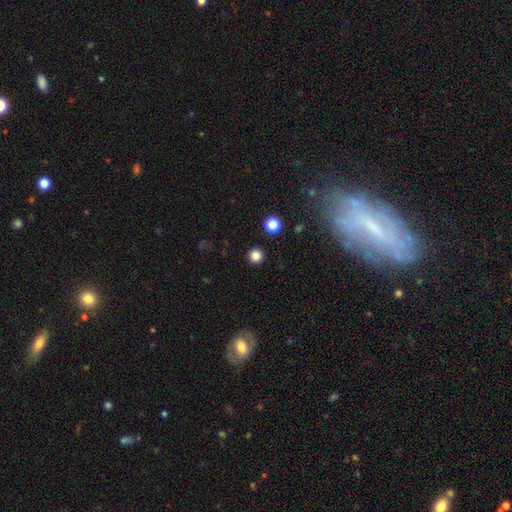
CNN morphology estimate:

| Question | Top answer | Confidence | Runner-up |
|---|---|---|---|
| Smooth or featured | smooth | 84% | star or artifact (12%) |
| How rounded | round | 96% | in between (3%) |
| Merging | none | 93% | minor disturbance (4%) |